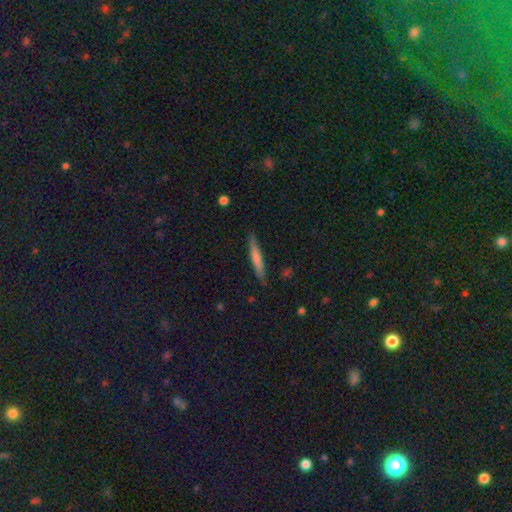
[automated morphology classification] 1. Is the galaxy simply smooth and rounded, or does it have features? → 51% smooth, 41% featured or disk, 8% star or artifact.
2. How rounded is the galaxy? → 95% cigar-shaped, 4% in between, 2% round.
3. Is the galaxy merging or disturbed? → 90% none, 7% minor disturbance, 1% major disturbance, 1% merger.